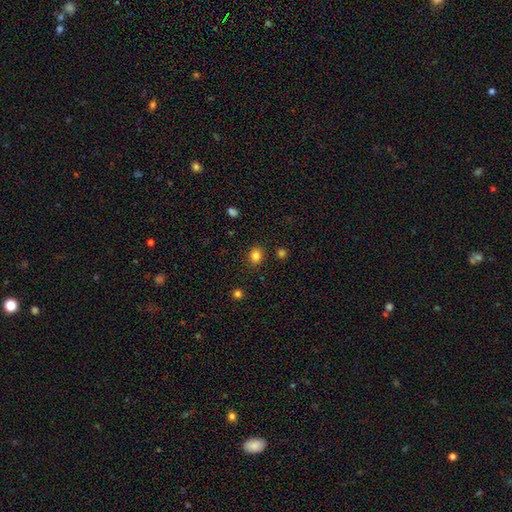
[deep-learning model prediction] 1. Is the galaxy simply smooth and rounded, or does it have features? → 82% smooth, 13% star or artifact, 5% featured or disk.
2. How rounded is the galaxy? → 65% round, 34% in between, 1% cigar-shaped.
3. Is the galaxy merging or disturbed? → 87% none, 8% minor disturbance, 2% major disturbance, 2% merger.